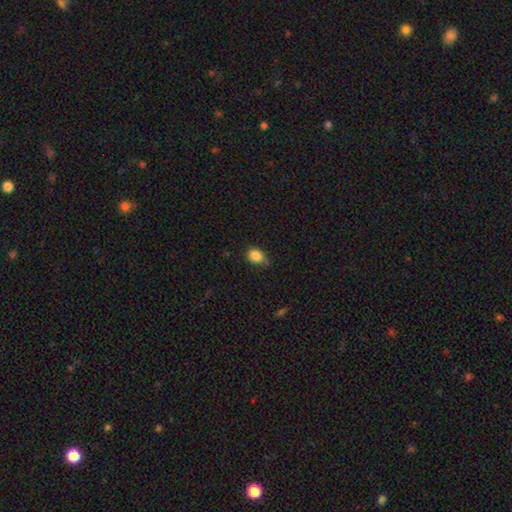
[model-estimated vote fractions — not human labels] Smooth or featured?
  - smooth: 86% *
  - star or artifact: 10%
  - featured or disk: 5%
How rounded?
  - round: 52% *
  - in between: 47%
  - cigar-shaped: 1%
Merging?
  - none: 61% *
  - minor disturbance: 31%
  - major disturbance: 6%
  - merger: 2%